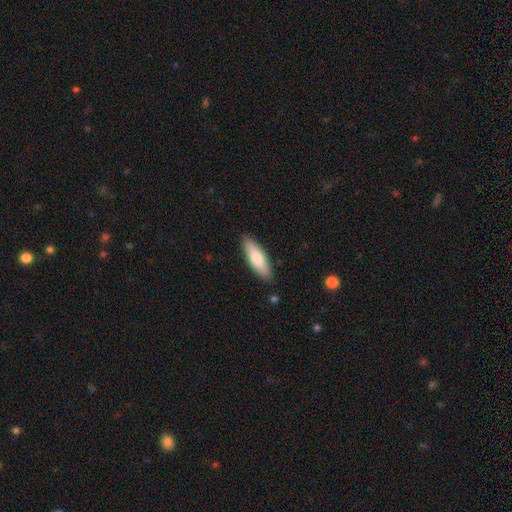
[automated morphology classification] Overall: smooth (78%). How rounded: cigar-shaped (54%; in between 44%). Merging: none (88%).